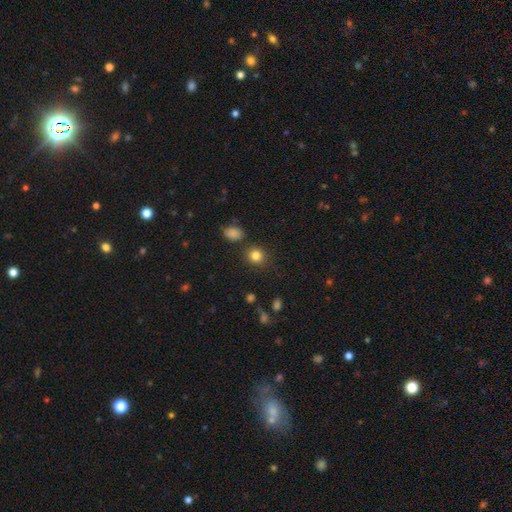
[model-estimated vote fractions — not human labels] smooth 83%, star or artifact 12%, featured or disk 5%. Down the decision tree: how rounded — round (85%); merging — none (84%).